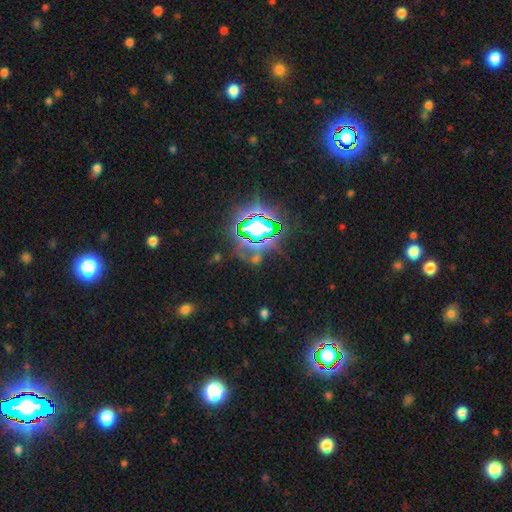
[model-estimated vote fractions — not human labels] Smooth or featured? star or artifact (78%)